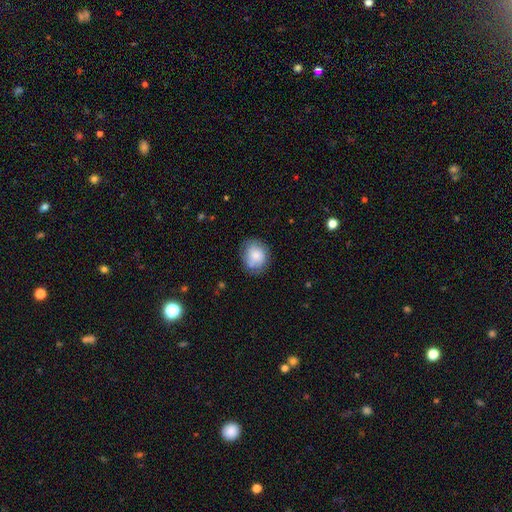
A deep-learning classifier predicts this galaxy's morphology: This is likely a smooth galaxy (73%). How rounded: likely round (68%). Merging: likely none (68%).